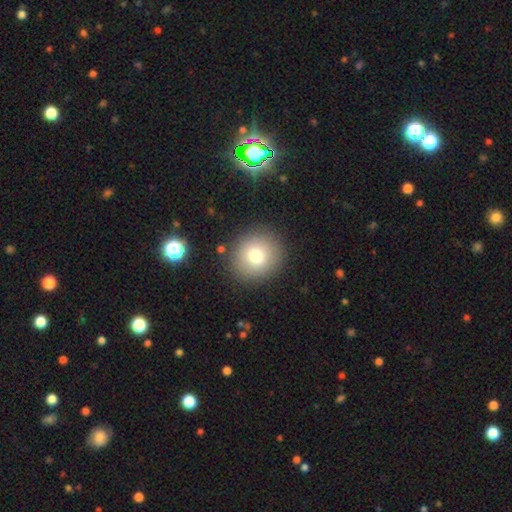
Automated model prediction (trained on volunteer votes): Smooth or featured?
  - smooth: 76% *
  - featured or disk: 13%
  - star or artifact: 11%
How rounded?
  - round: 88% *
  - in between: 11%
  - cigar-shaped: 1%
Merging?
  - none: 87% *
  - minor disturbance: 8%
  - major disturbance: 3%
  - merger: 2%